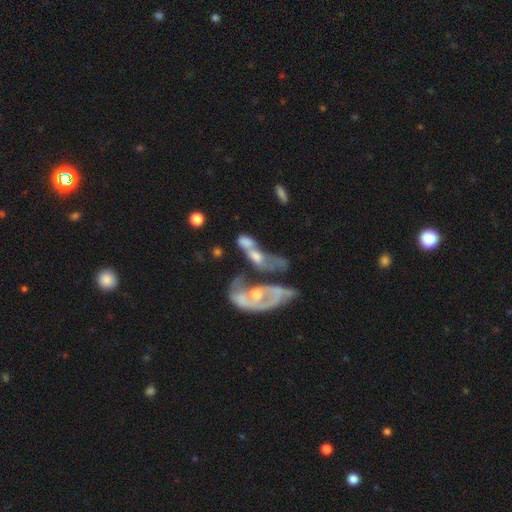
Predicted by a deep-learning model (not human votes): Morphology: type=featured or disk (54%); edge-on=no (88%); merging=merger (69%).